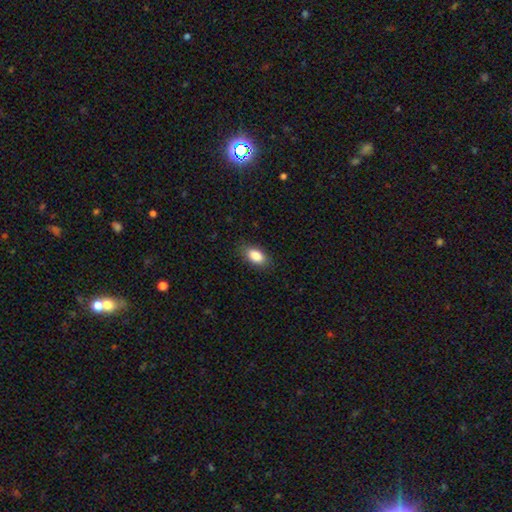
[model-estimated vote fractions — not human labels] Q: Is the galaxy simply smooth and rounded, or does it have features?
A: smooth — 87%.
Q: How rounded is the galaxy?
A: in between — 90%.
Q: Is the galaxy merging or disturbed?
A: none — 85%.